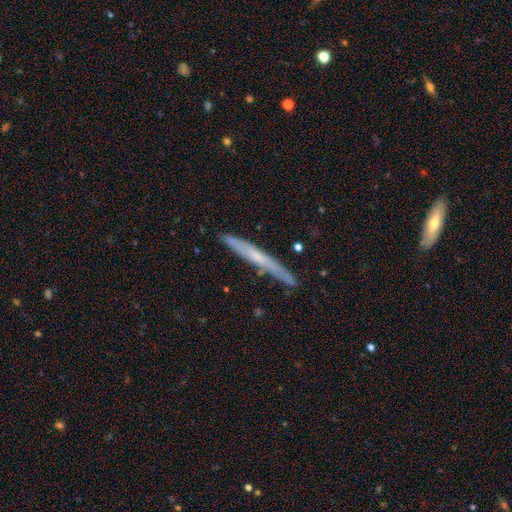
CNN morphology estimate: The model was most divided on "smooth or featured": featured or disk: 51%, smooth: 43%, star or artifact: 6%. More confident: edge-on disk — yes (93%); merging — none (83%).